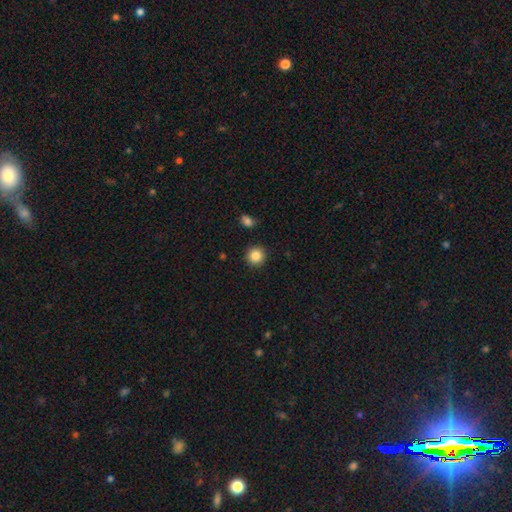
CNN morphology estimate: Smooth or featured? Predicted: smooth (p=0.86). How rounded? Predicted: round (p=0.94). Merging? Predicted: none (p=0.90).